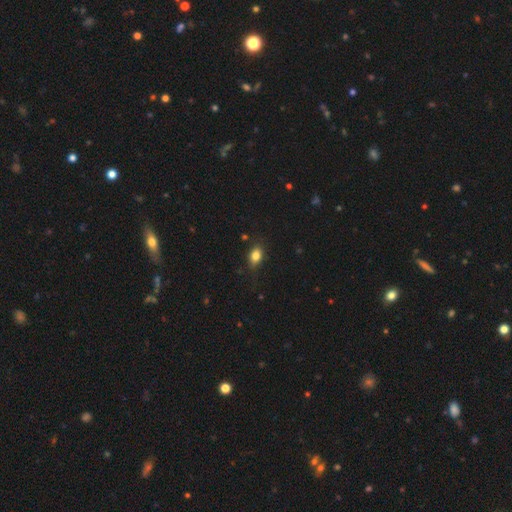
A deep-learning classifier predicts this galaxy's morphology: A smooth galaxy with no disk features (82%) that is in between round and cigar-shaped (74%). Merging: none (80%).